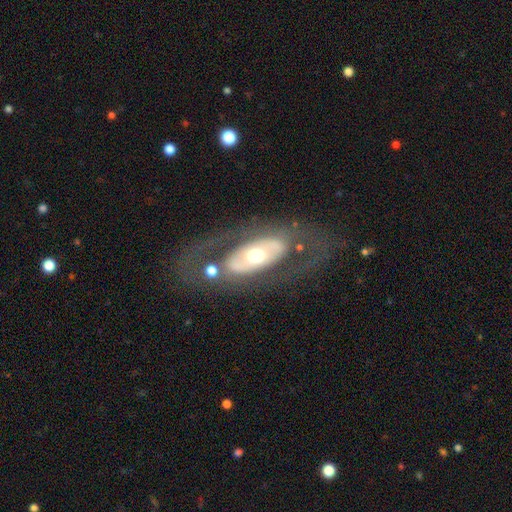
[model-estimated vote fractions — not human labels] Smooth or featured: featured or disk — 66% (smooth — 27%)
Edge-on disk: no — 87% (yes — 13%)
Bar: no — 77% (weak — 14%)
Spiral arms: no — 69% (yes — 31%)
Bulge size: moderate — 66% (large — 22%)
Merging: none — 67% (major disturbance — 15%)